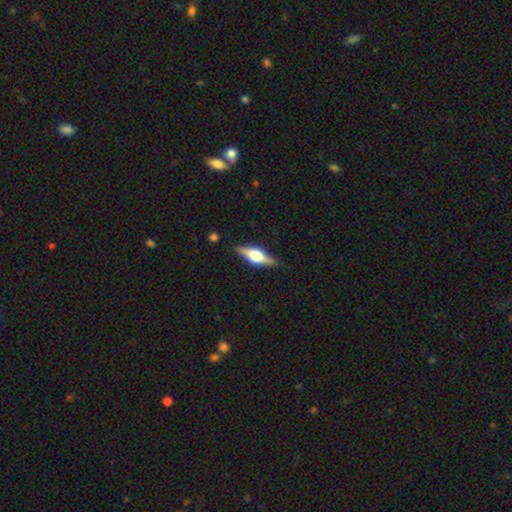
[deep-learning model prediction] This appears to be a featured or disk galaxy (65%) viewed edge-on (95%) with a rounded central bulge (93%). Merging: none (85%).